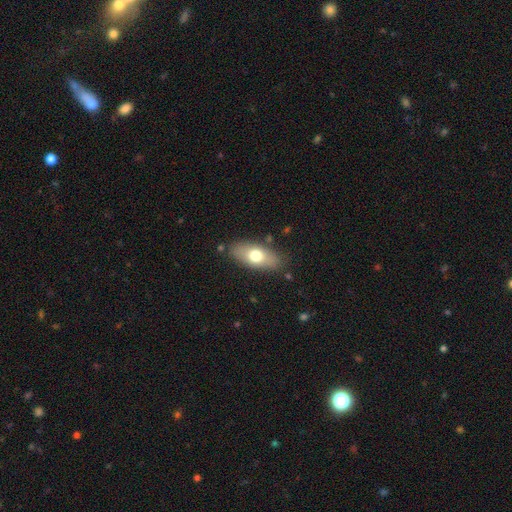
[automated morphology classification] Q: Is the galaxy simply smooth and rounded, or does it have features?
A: smooth — 68%.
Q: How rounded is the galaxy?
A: in between — 84%.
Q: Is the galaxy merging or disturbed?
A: none — 83%.